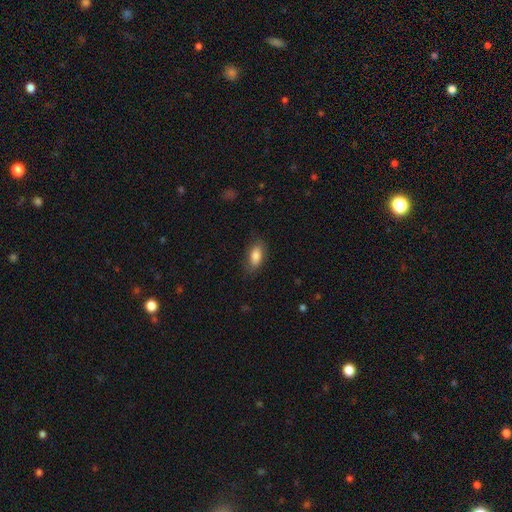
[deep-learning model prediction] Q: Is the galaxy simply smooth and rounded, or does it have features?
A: smooth — 83%.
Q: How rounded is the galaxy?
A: in between — 88%.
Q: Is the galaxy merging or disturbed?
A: none — 77%.